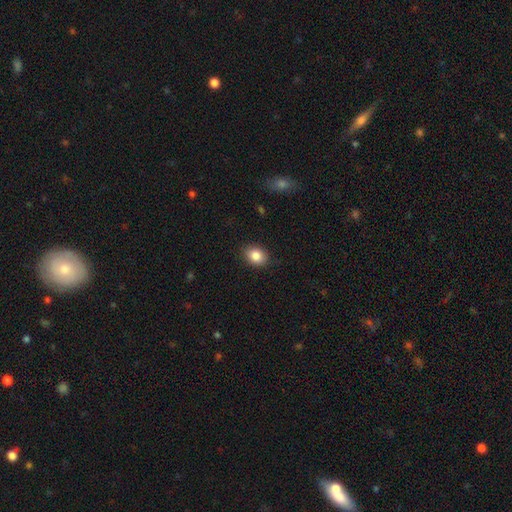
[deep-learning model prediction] Smooth or featured? Predicted: smooth (p=0.86). How rounded? Predicted: in between (p=0.58). Merging? Predicted: none (p=0.87).